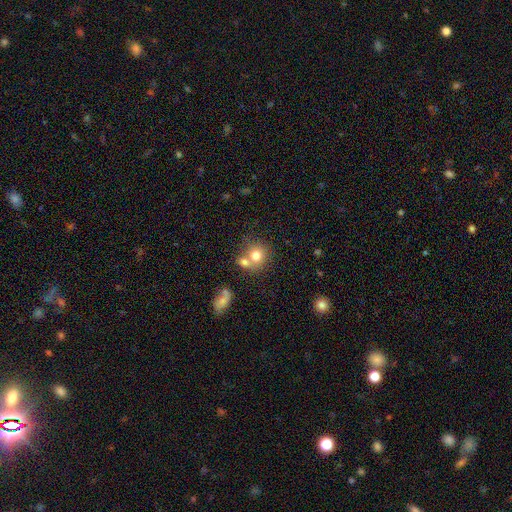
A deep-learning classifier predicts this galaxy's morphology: Smooth or featured? Predicted: smooth (p=0.75). How rounded? Predicted: round (p=0.82). Merging? Predicted: none (p=0.46).